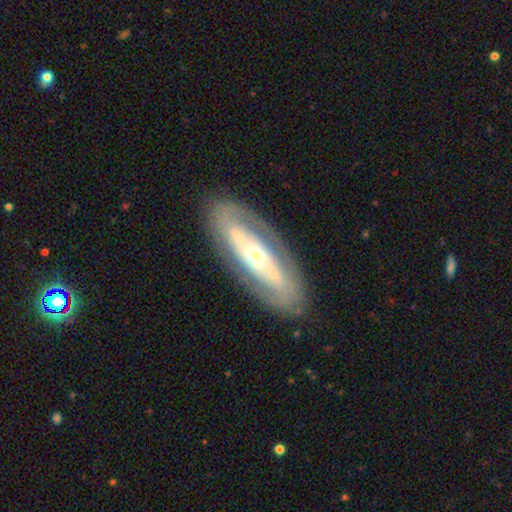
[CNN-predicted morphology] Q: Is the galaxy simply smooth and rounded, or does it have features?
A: featured or disk — 74%.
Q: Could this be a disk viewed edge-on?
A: no — 83%.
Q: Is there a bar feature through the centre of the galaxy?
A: no — 68%.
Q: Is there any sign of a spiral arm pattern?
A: no — 60%.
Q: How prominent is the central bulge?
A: moderate — 58%.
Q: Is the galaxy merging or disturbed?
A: none — 84%.